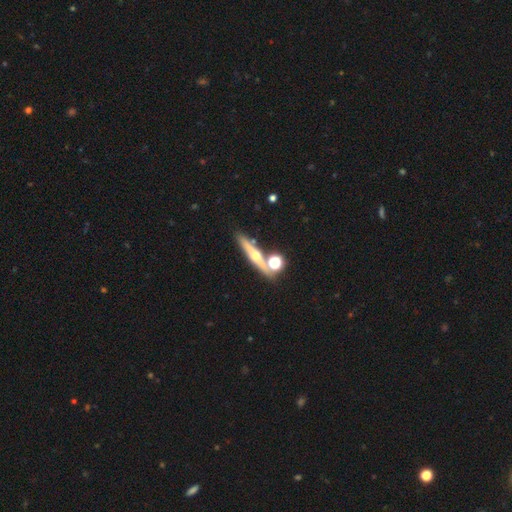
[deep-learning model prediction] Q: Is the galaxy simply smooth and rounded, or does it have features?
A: featured or disk — 60%.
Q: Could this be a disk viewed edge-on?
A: yes — 91%.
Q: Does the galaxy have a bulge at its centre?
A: rounded — 93%.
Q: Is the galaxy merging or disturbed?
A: none — 75%.